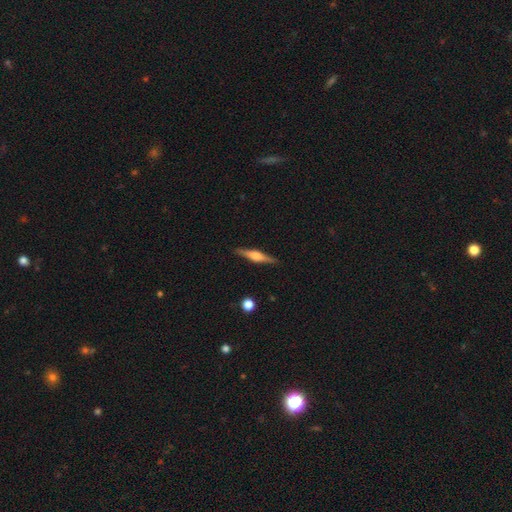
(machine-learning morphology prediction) This is likely a featured or disk galaxy (70%). It is clearly viewed edge-on (98%). Edge-on bulge: clearly rounded (84%). Merging: clearly none (89%).